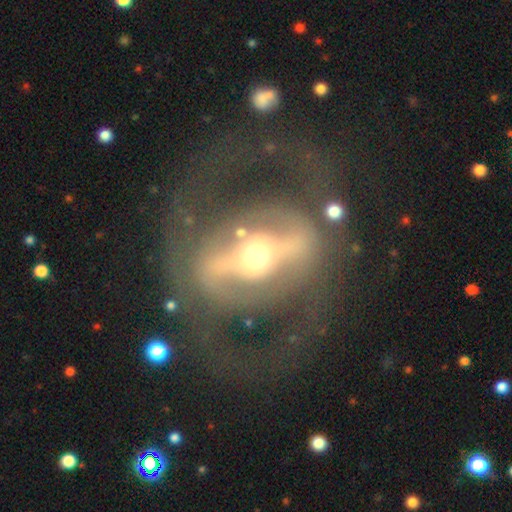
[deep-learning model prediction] The model was most divided on "spiral arms": no: 59%, yes: 41%. More confident: edge-on disk — no (87%); smooth or featured — featured or disk (82%); bar — strong (75%); merging — none (67%); bulge size — moderate (62%).